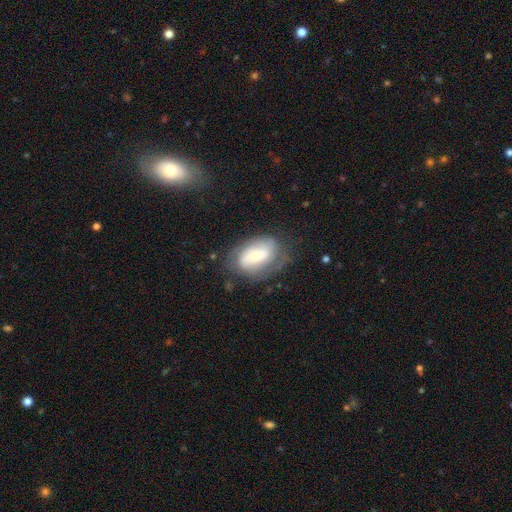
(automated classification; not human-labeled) Smooth or featured? Predicted: featured or disk (p=0.59). Edge-on disk? Predicted: no (p=0.94). Bar? Predicted: no (p=0.52). Spiral arms? Predicted: yes (p=0.77). Bulge size? Predicted: moderate (p=0.44). Merging? Predicted: none (p=0.58).